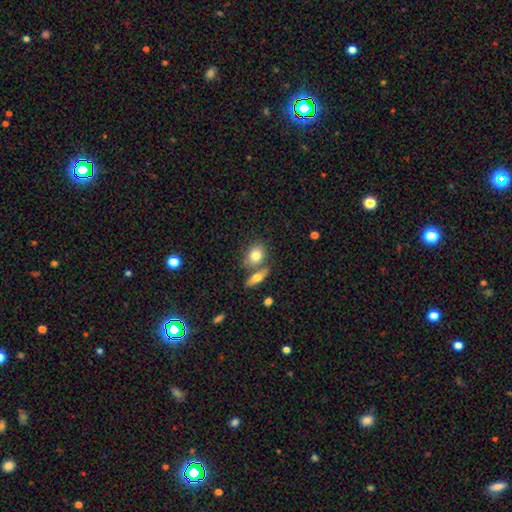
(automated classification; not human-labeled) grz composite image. It shows a smooth galaxy with no disk features (78%) that is in between round and cigar-shaped (59%). Merging: none (54%).